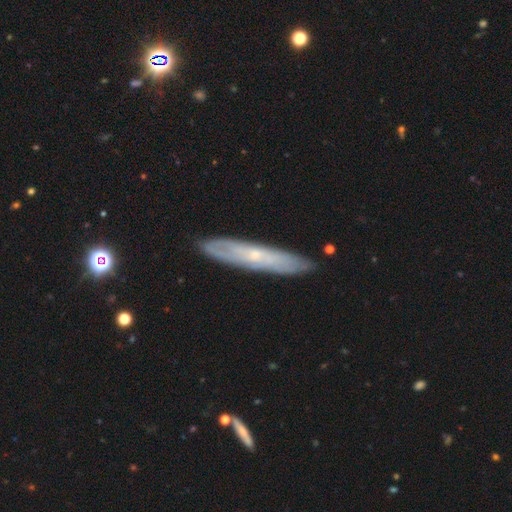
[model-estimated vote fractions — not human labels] Smooth or featured? featured or disk (62%)
Edge-on disk? yes (57%)
Merging? none (86%)